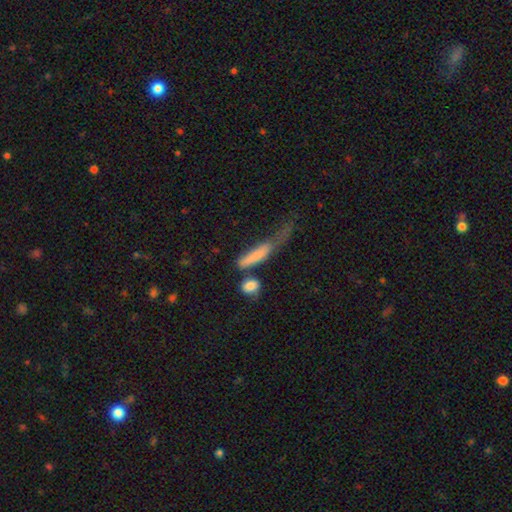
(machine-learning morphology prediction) type=smooth (73%); roundness=cigar-shaped (71%); merging=none (31%).